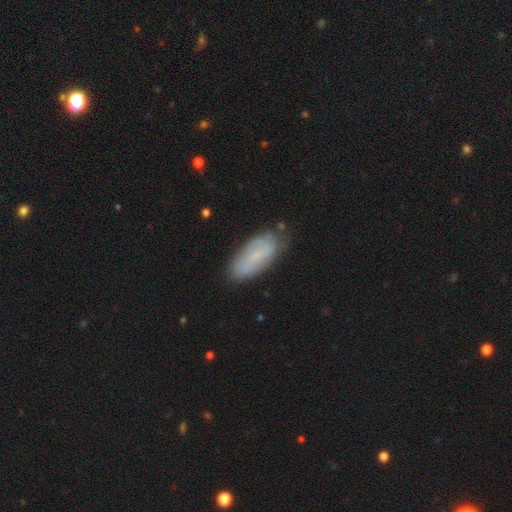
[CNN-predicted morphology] A smooth galaxy with no disk features (58%) that is in between round and cigar-shaped (79%).

Vote fractions:
- Smooth or featured? smooth: 58% / featured or disk: 34% / star or artifact: 8%
- How rounded? in between: 79% / cigar-shaped: 19% / round: 2%
- Merging? none: 71% / minor disturbance: 22% / major disturbance: 5% / merger: 2%